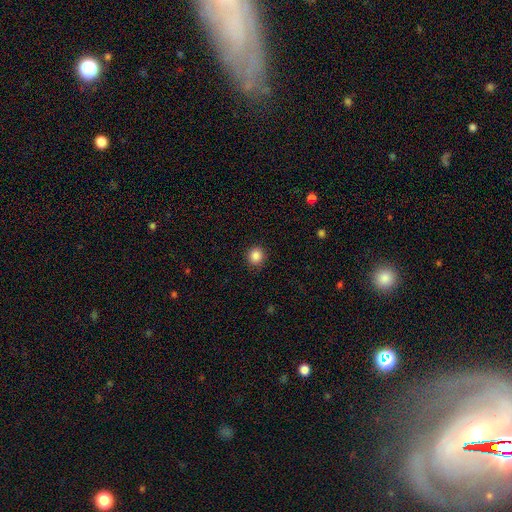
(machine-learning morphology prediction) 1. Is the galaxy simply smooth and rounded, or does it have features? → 86% smooth, 10% star or artifact, 4% featured or disk.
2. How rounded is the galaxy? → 89% round, 10% in between, 1% cigar-shaped.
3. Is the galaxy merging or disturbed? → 90% none, 7% minor disturbance, 2% major disturbance, 1% merger.